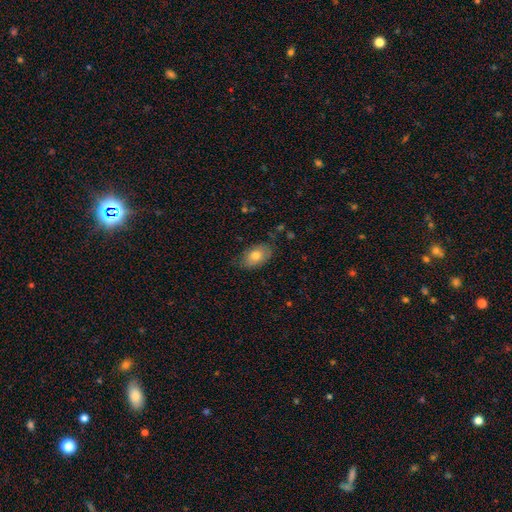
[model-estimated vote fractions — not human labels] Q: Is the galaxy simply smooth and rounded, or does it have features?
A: smooth — 76%.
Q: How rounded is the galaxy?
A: in between — 91%.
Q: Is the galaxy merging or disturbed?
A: none — 75%.